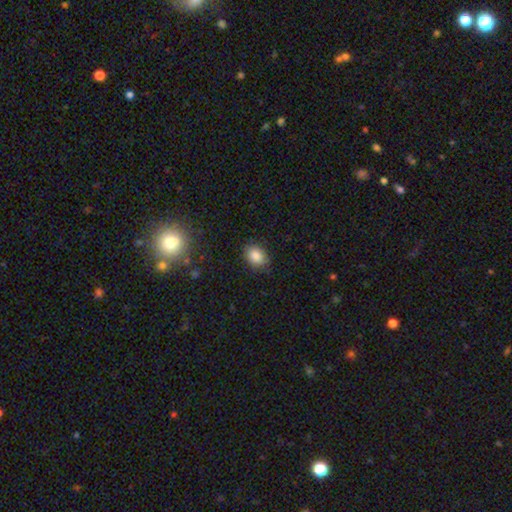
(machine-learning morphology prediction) The model was most divided on "how rounded": in between: 68%, round: 31%, cigar-shaped: 1%. More confident: smooth or featured — smooth (86%); merging — none (83%).